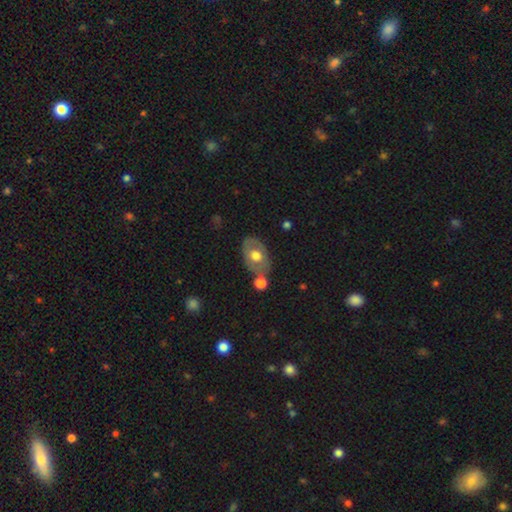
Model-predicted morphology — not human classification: This is possibly a smooth galaxy (51%). How rounded: clearly in between (82%). Merging: likely none (64%).